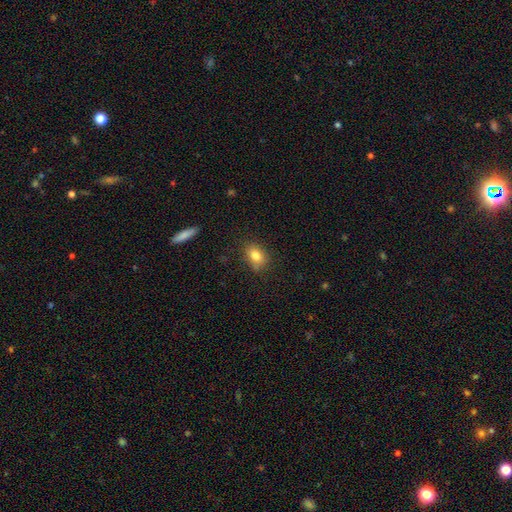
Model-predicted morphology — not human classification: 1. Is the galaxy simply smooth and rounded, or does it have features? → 81% smooth, 10% star or artifact, 9% featured or disk.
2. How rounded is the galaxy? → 74% in between, 24% round, 2% cigar-shaped.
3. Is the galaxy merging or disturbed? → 77% none, 17% minor disturbance, 4% major disturbance, 2% merger.